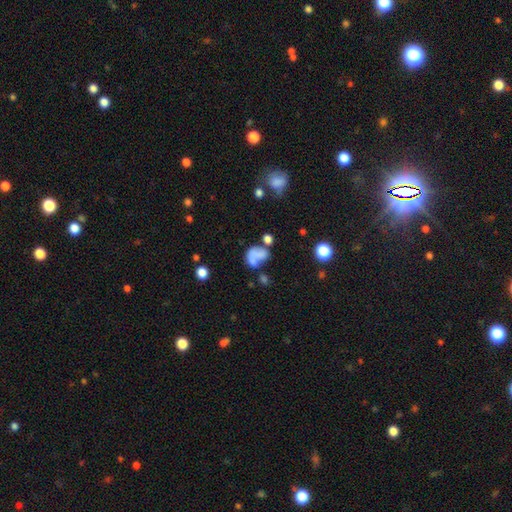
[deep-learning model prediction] Q: Smooth or featured?
A: smooth (61%); runner-up: featured or disk (26%)
Q: How rounded?
A: in between (69%); runner-up: round (29%)
Q: Merging?
A: merger (31%); runner-up: none (25%)